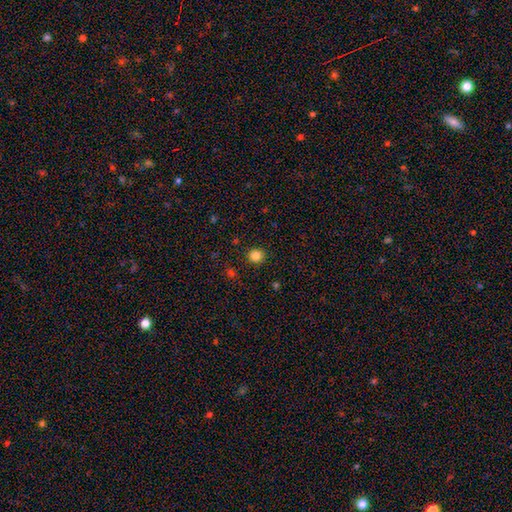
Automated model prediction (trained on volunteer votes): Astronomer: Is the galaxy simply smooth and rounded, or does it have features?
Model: smooth — 84%.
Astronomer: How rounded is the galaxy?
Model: round — 90%.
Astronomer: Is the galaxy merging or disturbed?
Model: none — 91%.